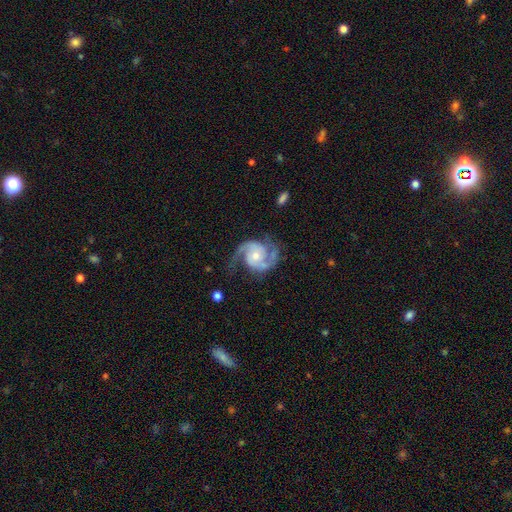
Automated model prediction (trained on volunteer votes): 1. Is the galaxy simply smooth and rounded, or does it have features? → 92% featured or disk, 4% star or artifact, 4% smooth.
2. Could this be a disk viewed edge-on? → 98% no, 2% yes.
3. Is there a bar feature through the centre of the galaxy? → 66% no, 27% weak, 7% strong.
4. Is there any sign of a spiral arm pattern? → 98% yes, 2% no.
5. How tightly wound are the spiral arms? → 59% medium, 24% tight, 17% loose.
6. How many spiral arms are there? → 92% 2, 3% 3, 2% can't tell, 1% 1, 1% 4, 1% more than 4.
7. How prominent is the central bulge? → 48% moderate, 46% small, 3% large, 2% none, 1% dominant.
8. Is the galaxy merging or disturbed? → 73% none, 17% minor disturbance, 9% major disturbance, 2% merger.